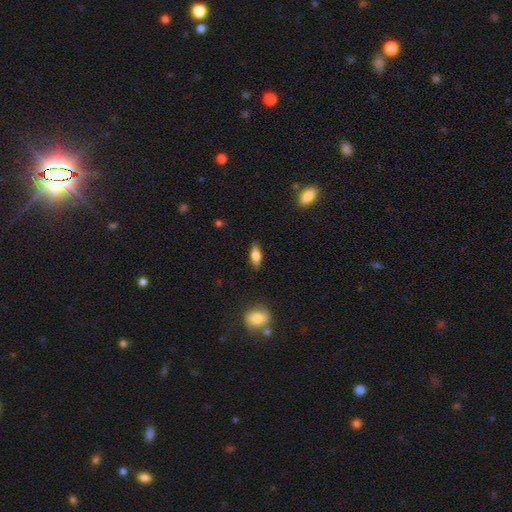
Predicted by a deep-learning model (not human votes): smooth-or-featured: smooth: 65% | featured or disk: 28% | star or artifact: 7%
  how-rounded: in between: 68% | cigar-shaped: 27% | round: 4%
  merging: none: 86% | minor disturbance: 10% | major disturbance: 2% | merger: 1%